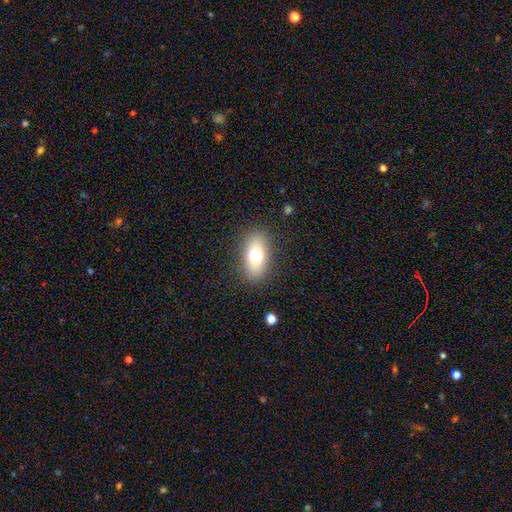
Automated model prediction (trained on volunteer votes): Morphology: type=smooth (71%); roundness=in between (86%); merging=none (86%).